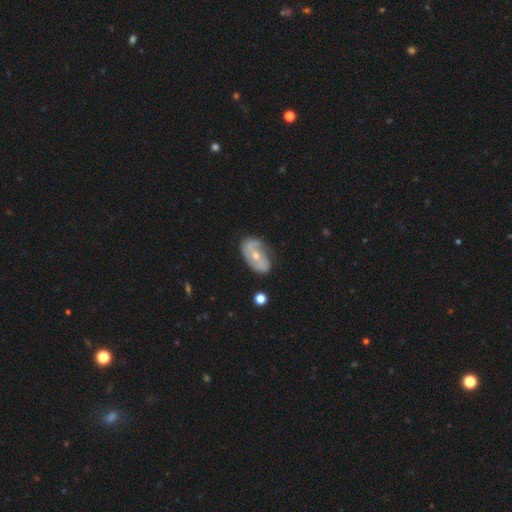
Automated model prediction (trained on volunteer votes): Smooth or featured: featured or disk — 67% (smooth — 26%)
Edge-on disk: no — 94% (yes — 6%)
Bar: no — 67% (weak — 25%)
Spiral arms: yes — 77% (no — 23%)
Bulge size: moderate — 49% (small — 47%)
Merging: none — 61% (minor disturbance — 27%)